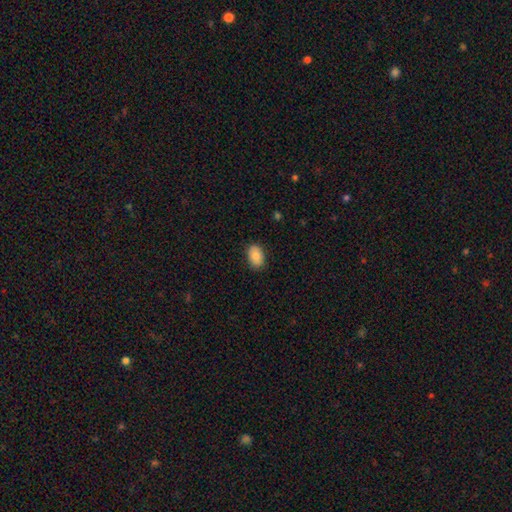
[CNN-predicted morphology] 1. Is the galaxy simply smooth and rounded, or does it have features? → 85% smooth, 8% featured or disk, 7% star or artifact.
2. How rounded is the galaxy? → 88% in between, 11% round, 1% cigar-shaped.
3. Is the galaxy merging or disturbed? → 87% none, 10% minor disturbance, 2% major disturbance, 1% merger.